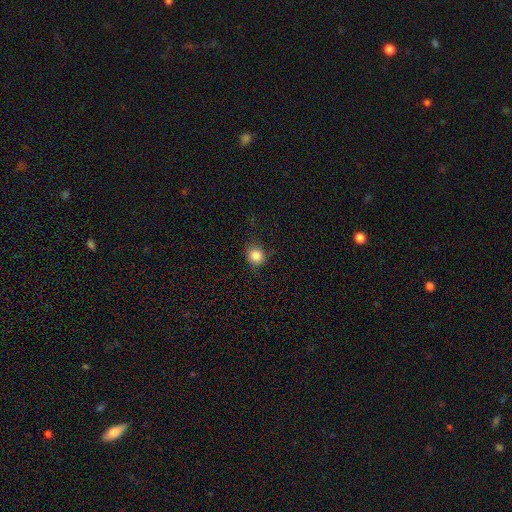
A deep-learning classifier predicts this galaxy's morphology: type=smooth (85%); roundness=round (87%); merging=none (78%).